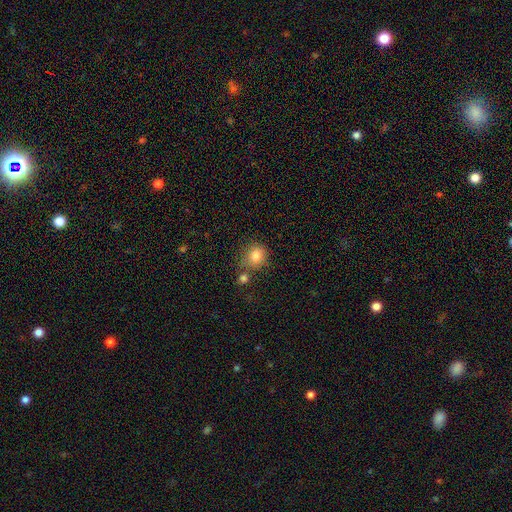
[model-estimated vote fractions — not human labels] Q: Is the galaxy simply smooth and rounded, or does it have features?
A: smooth — 83%.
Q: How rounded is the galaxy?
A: round — 77%.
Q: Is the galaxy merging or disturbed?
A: none — 63%.